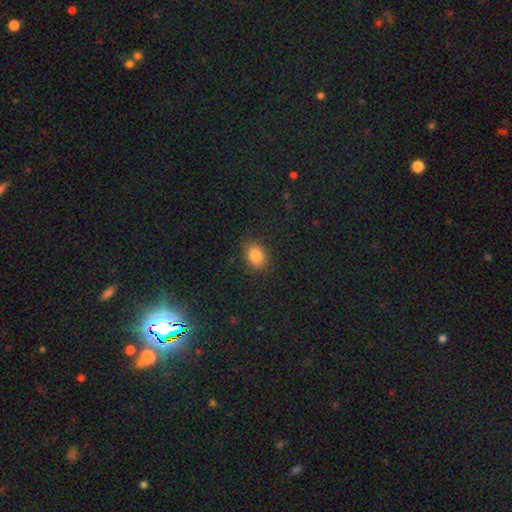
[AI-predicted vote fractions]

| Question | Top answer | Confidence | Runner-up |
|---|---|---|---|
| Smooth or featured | smooth | 83% | star or artifact (11%) |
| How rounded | in between | 67% | round (32%) |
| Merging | none | 86% | minor disturbance (10%) |